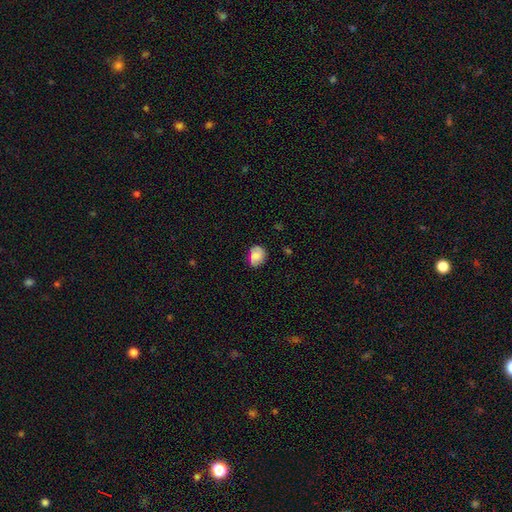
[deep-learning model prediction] smooth-or-featured: smooth: 72% | featured or disk: 19% | star or artifact: 10%
  how-rounded: in between: 51% | round: 48% | cigar-shaped: 1%
  merging: none: 66% | minor disturbance: 26% | major disturbance: 6% | merger: 3%